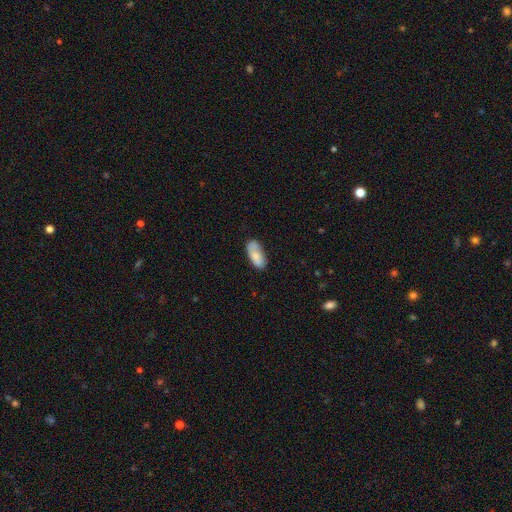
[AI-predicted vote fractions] smooth_or_featured: smooth (p=0.74) [alt: featured or disk p=0.20]
how_rounded: in between (p=0.88) [alt: cigar-shaped p=0.09]
merging: none (p=0.61) [alt: minor disturbance p=0.25]